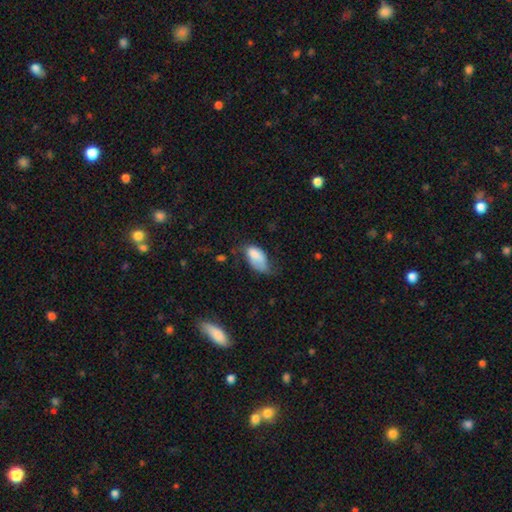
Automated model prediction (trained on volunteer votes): Overall: smooth (77%). How rounded: in between (94%). Merging: minor disturbance (40%; major disturbance 31%).